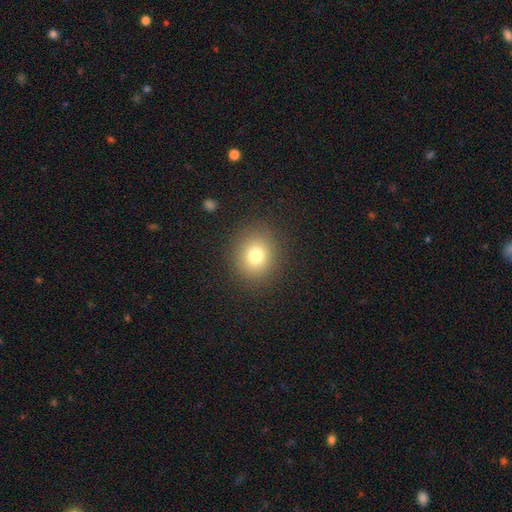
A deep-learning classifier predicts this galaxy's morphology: Smooth or featured: smooth — 77% (star or artifact — 13%)
How rounded: round — 74% (in between — 25%)
Merging: none — 88% (minor disturbance — 7%)